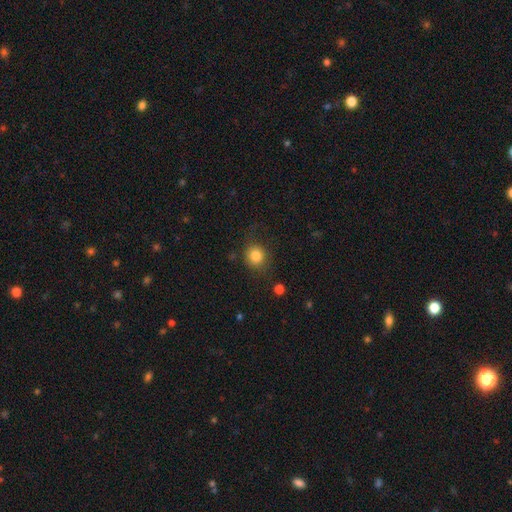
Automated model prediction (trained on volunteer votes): Smooth or featured: smooth — 83% (star or artifact — 11%)
How rounded: round — 84% (in between — 15%)
Merging: none — 79% (minor disturbance — 14%)